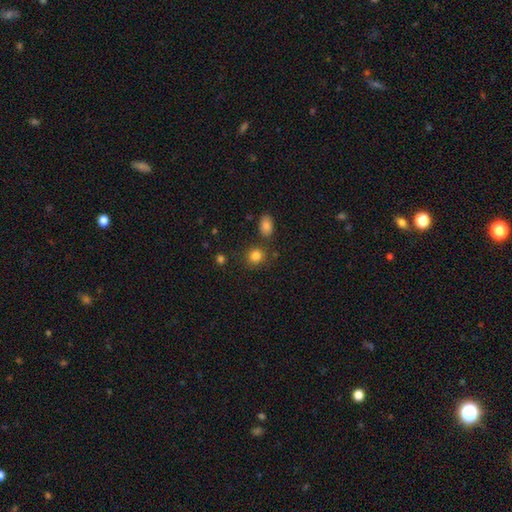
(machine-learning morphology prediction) Q: Smooth or featured?
A: smooth (84%); runner-up: star or artifact (11%)
Q: How rounded?
A: round (80%); runner-up: in between (19%)
Q: Merging?
A: none (79%); runner-up: minor disturbance (10%)